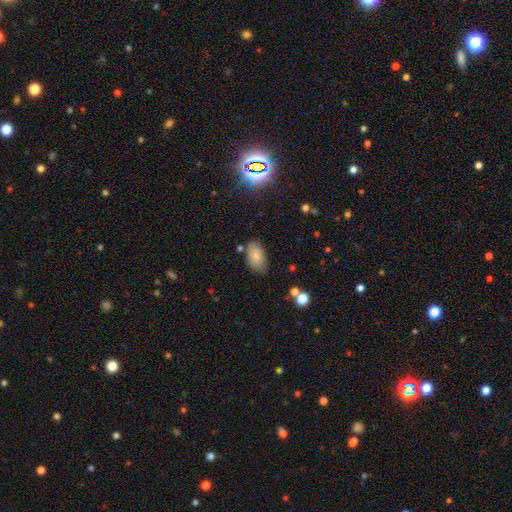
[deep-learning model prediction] smooth 80%, featured or disk 11%, star or artifact 9%. Down the decision tree: how rounded — in between (93%); merging — none (70%).